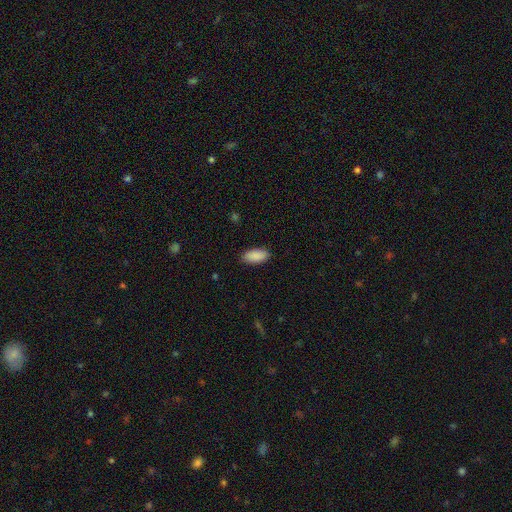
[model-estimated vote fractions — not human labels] The model was most divided on "merging": none: 88%, minor disturbance: 9%, major disturbance: 2%, merger: 1%. More confident: how rounded — in between (92%); smooth or featured — smooth (90%).